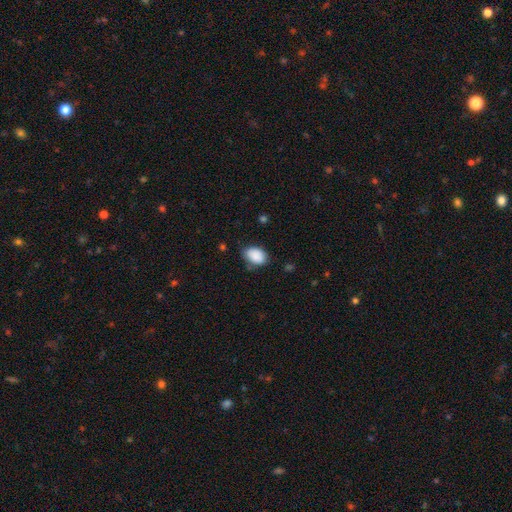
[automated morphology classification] This is clearly a smooth galaxy (88%). How rounded: clearly in between (85%). Merging: likely none (69%).